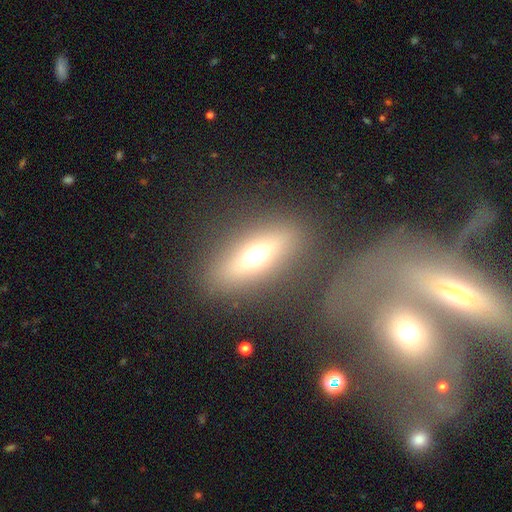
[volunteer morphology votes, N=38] type=smooth (63%); roundness=in between (62%); merging=none (75%).